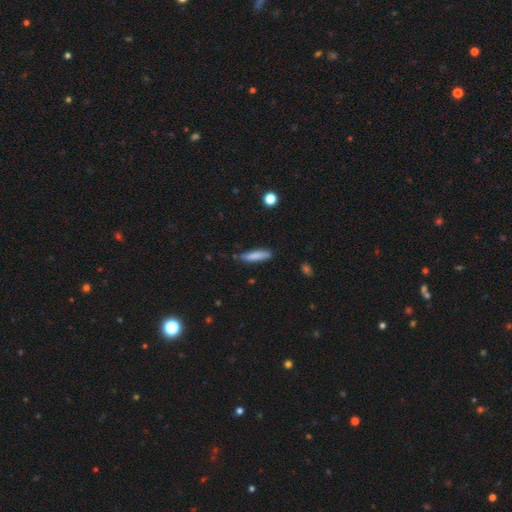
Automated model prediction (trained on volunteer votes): smooth_or_featured: smooth (p=0.82) [alt: featured or disk p=0.12]
how_rounded: cigar-shaped (p=0.81) [alt: in between p=0.18]
merging: none (p=0.81) [alt: minor disturbance p=0.15]